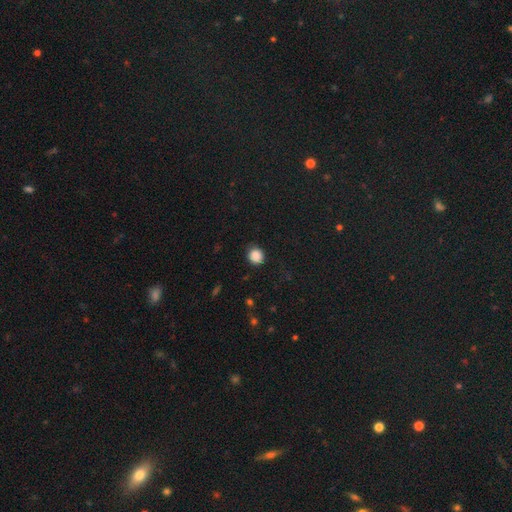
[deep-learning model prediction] Q: Smooth or featured?
A: smooth (87%); runner-up: star or artifact (10%)
Q: How rounded?
A: round (85%); runner-up: in between (14%)
Q: Merging?
A: none (85%); runner-up: minor disturbance (11%)